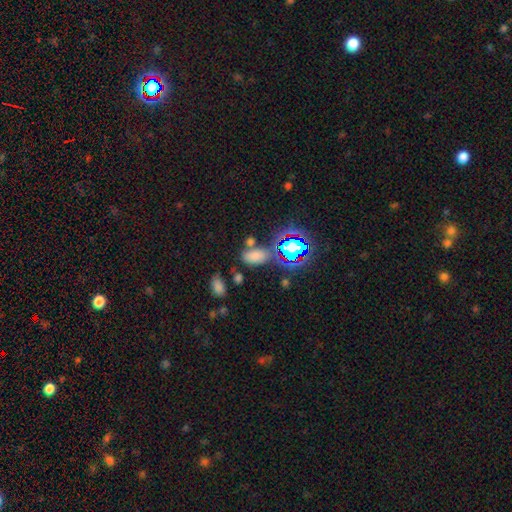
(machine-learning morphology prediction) Overall: smooth (65%; star or artifact 27%). How rounded: in between (89%). Merging: none (62%).